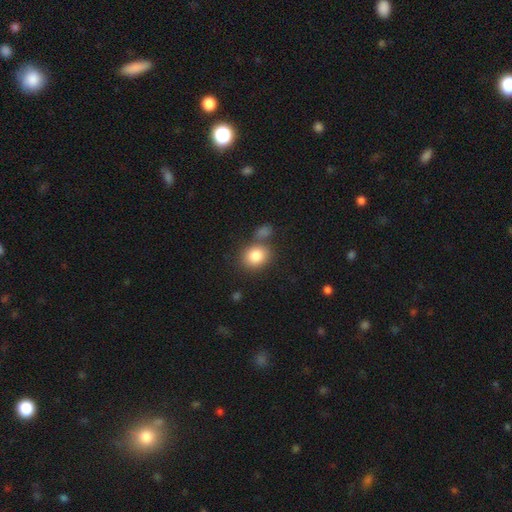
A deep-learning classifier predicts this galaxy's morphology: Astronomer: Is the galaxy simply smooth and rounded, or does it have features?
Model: smooth — 84%.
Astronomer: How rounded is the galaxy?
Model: round — 59% (runner-up: in between, 40%).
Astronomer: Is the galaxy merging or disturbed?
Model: none — 64%.